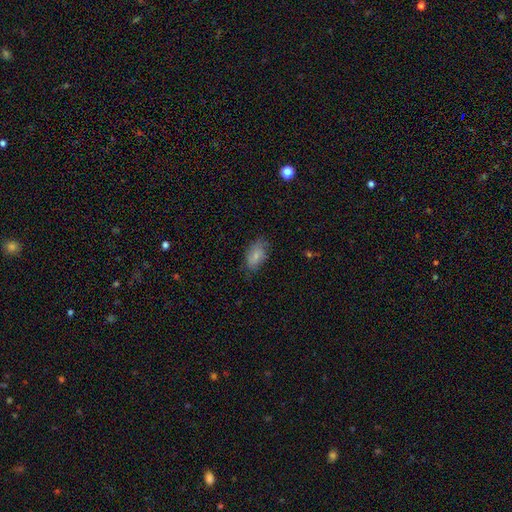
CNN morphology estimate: This is likely a smooth galaxy (74%). How rounded: clearly in between (92%). Merging: likely none (67%).